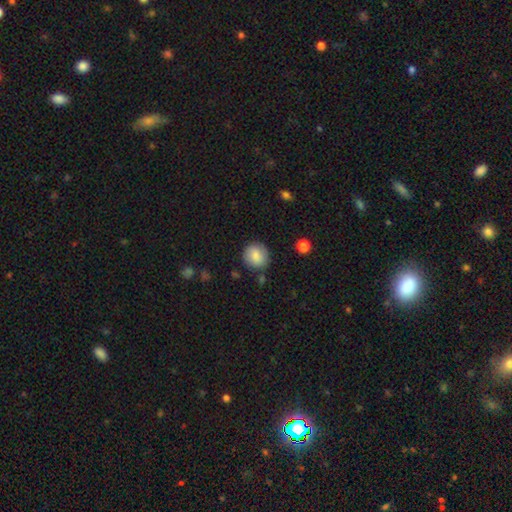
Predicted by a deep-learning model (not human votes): Overall: smooth (82%). How rounded: round (88%). Merging: none (83%).